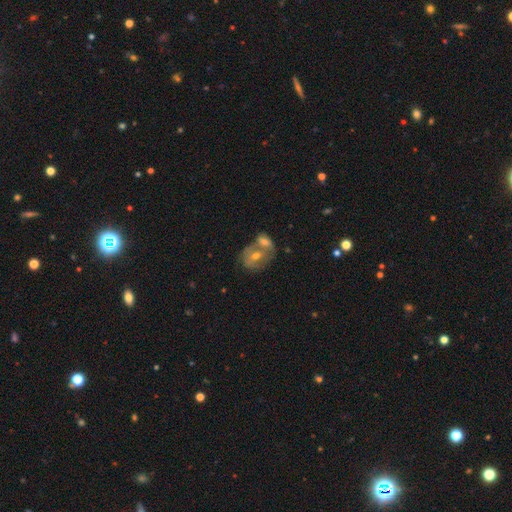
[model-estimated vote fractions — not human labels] smooth-or-featured: featured or disk: 52% | smooth: 35% | star or artifact: 13%
  disk-edge-on: no: 94% | yes: 6%
  merging: merger: 48% | none: 38% | minor disturbance: 9% | major disturbance: 4%